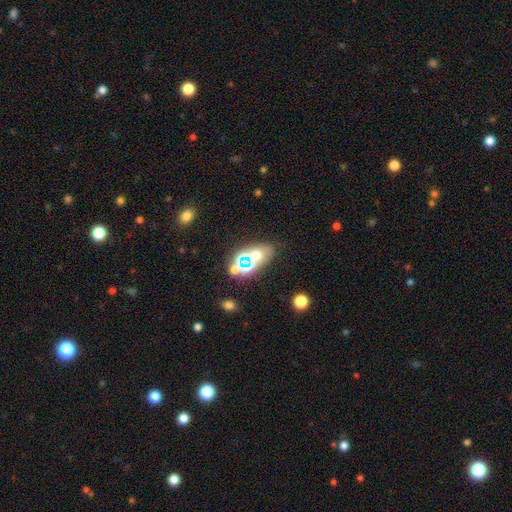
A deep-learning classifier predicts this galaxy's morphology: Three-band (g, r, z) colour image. It shows a smooth galaxy with no disk features (47%). Merging: none (55%).